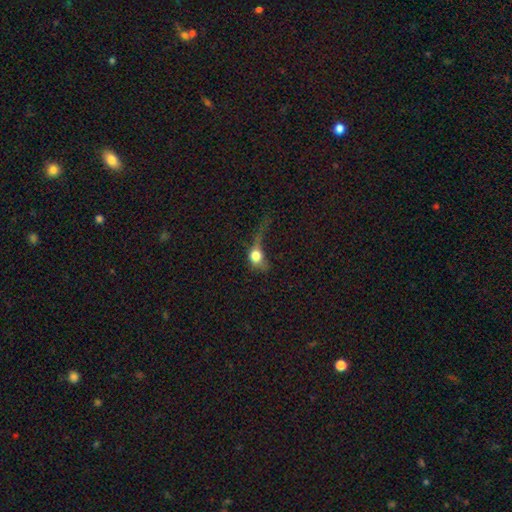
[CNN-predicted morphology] smooth-or-featured: smooth: 67% | featured or disk: 21% | star or artifact: 12%
  how-rounded: round: 52% | in between: 43% | cigar-shaped: 5%
  merging: major disturbance: 59% | minor disturbance: 18% | none: 17% | merger: 6%